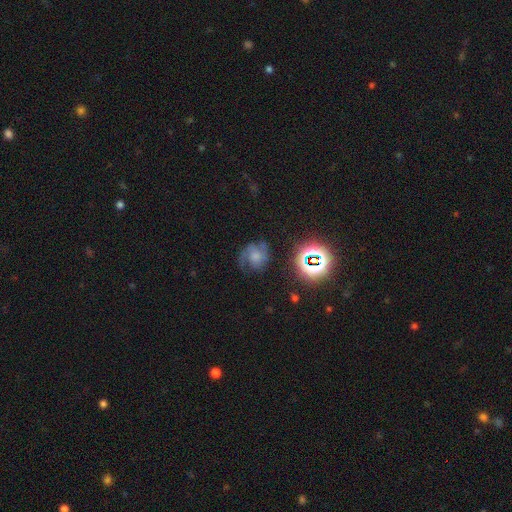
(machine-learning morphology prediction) Smooth or featured?
  - featured or disk: 49% *
  - smooth: 34%
  - star or artifact: 18%
Merging?
  - none: 52% *
  - minor disturbance: 23%
  - major disturbance: 22%
  - merger: 3%